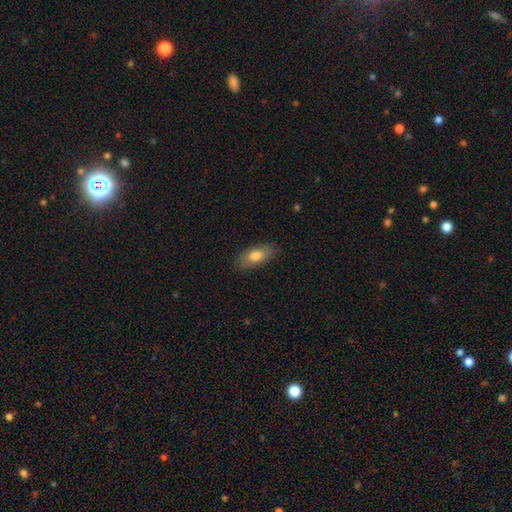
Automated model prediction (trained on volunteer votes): Smooth or featured? Predicted: smooth (p=0.77). How rounded? Predicted: in between (p=0.85). Merging? Predicted: none (p=0.83).